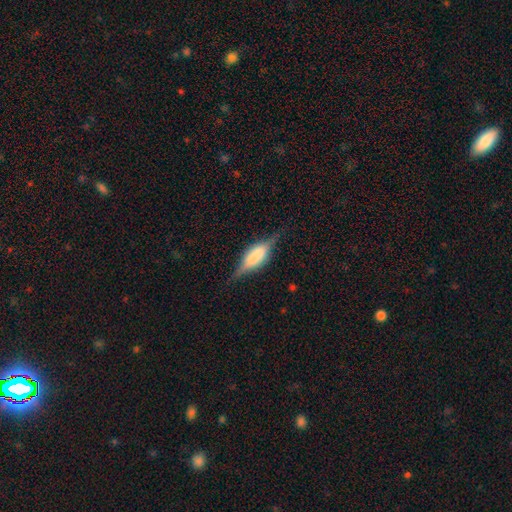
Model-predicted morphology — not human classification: Smooth or featured? featured or disk (57%)
Edge-on disk? yes (94%)
Edge-on bulge? boxy (48%)
Merging? none (73%)